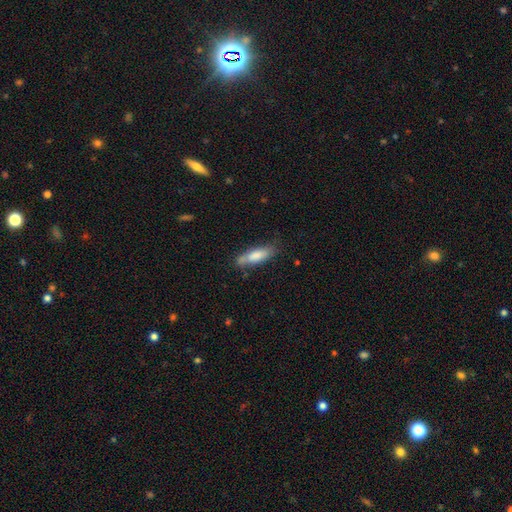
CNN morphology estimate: type=smooth (78%); roundness=cigar-shaped (53%); merging=none (67%).